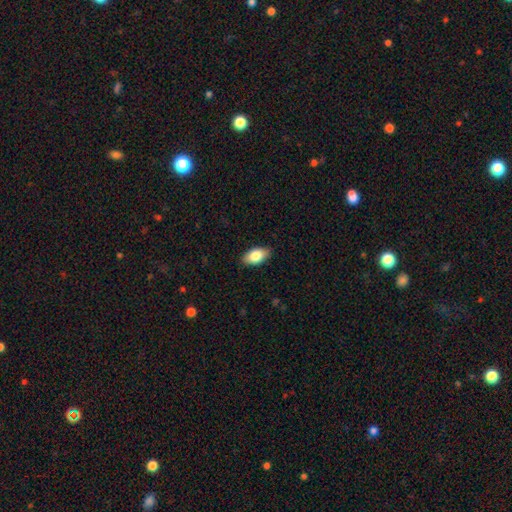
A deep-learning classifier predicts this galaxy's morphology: This appears to be a smooth galaxy with no disk features (82%) that is in between round and cigar-shaped (93%). Merging: none (88%).